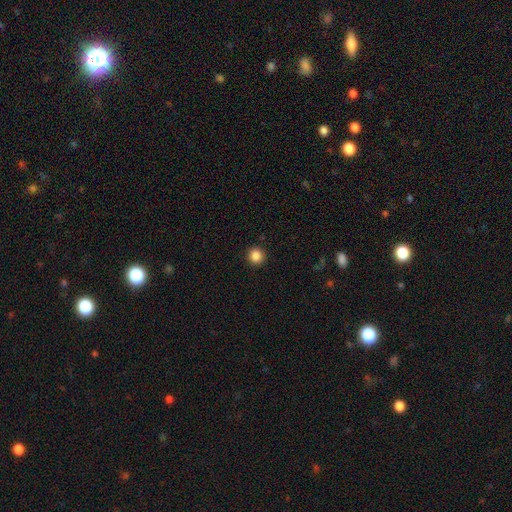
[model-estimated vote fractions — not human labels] Smooth or featured?
  - smooth: 86% *
  - star or artifact: 11%
  - featured or disk: 4%
How rounded?
  - round: 94% *
  - in between: 5%
  - cigar-shaped: 1%
Merging?
  - none: 93% *
  - minor disturbance: 4%
  - major disturbance: 2%
  - merger: 1%